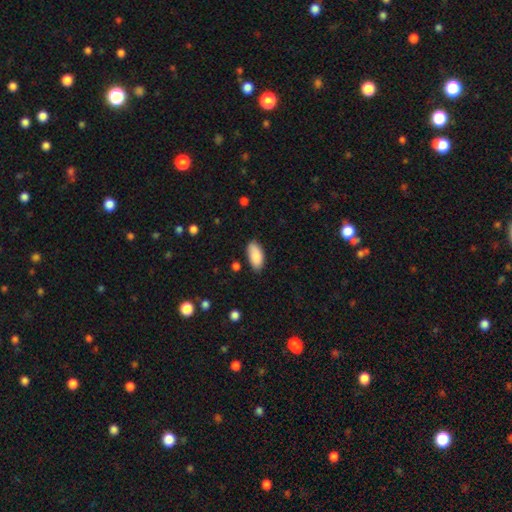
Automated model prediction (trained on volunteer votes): Morphology: type=smooth (89%); roundness=in between (91%); merging=none (83%).